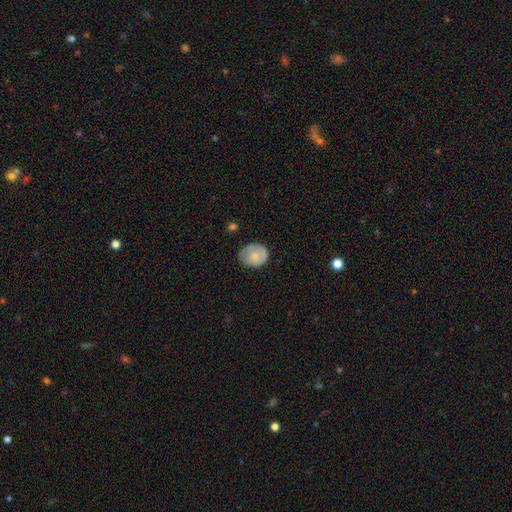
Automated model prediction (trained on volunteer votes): smooth_or_featured: smooth (p=0.74) [alt: featured or disk p=0.19]
how_rounded: round (p=0.56) [alt: in between p=0.43]
merging: none (p=0.62) [alt: minor disturbance p=0.28]